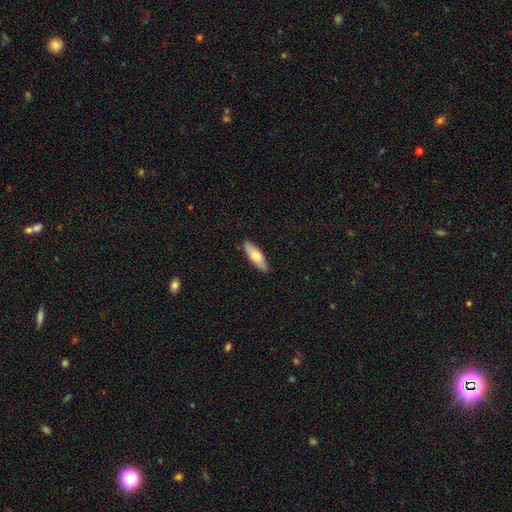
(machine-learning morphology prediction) smooth_or_featured: smooth (p=0.72) [alt: featured or disk p=0.23]
how_rounded: in between (p=0.58) [alt: cigar-shaped p=0.40]
merging: none (p=0.88) [alt: minor disturbance p=0.09]